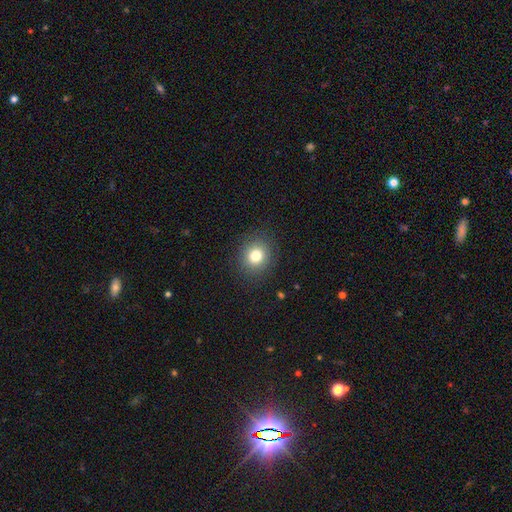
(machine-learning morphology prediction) A smooth galaxy with no disk features (79%) that is round (81%). Merging: none (88%).